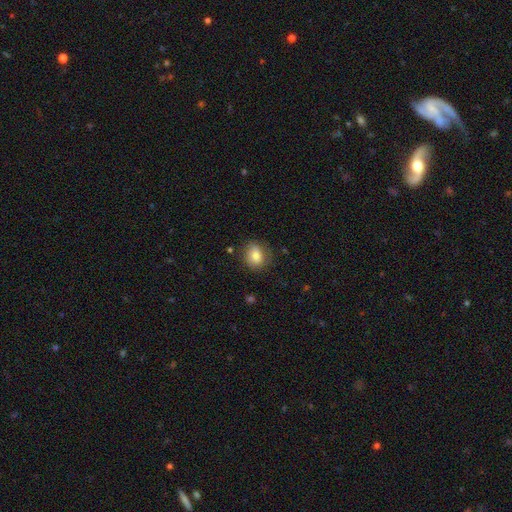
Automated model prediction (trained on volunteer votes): Smooth or featured?
  - smooth: 76% *
  - featured or disk: 14%
  - star or artifact: 9%
How rounded?
  - round: 55% *
  - in between: 44%
  - cigar-shaped: 1%
Merging?
  - none: 77% *
  - minor disturbance: 17%
  - major disturbance: 5%
  - merger: 1%